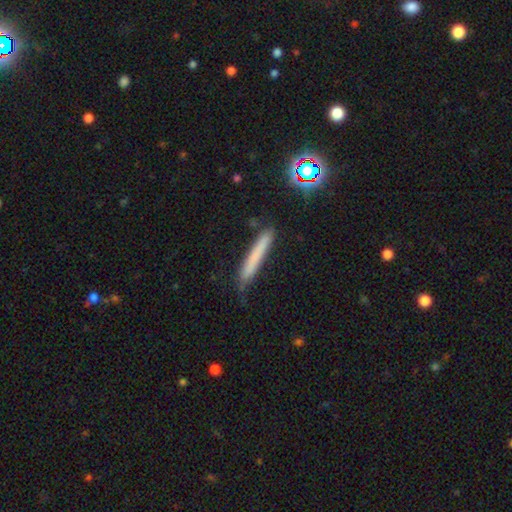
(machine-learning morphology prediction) A smooth galaxy with no disk features (69%) that is cigar-shaped (95%). Merging: none (76%).